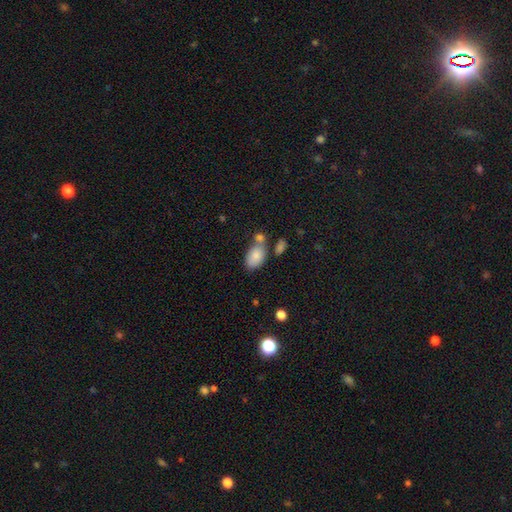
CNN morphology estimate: This is clearly a smooth galaxy (84%). How rounded: clearly in between (91%). Merging: possibly none (48%).